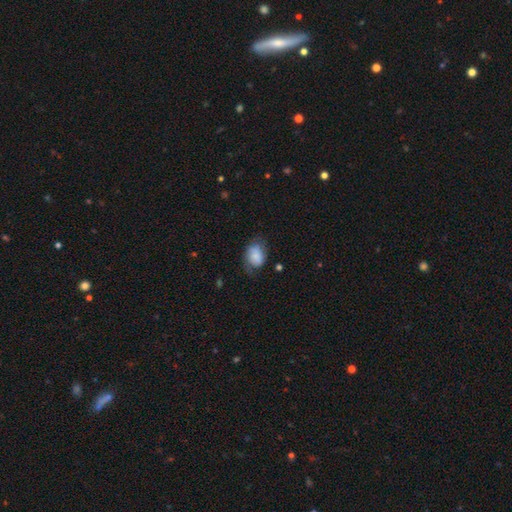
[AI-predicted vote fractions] smooth-or-featured: smooth: 74% | featured or disk: 18% | star or artifact: 8%
  how-rounded: in between: 72% | round: 27% | cigar-shaped: 1%
  merging: none: 52% | minor disturbance: 32% | major disturbance: 15% | merger: 2%